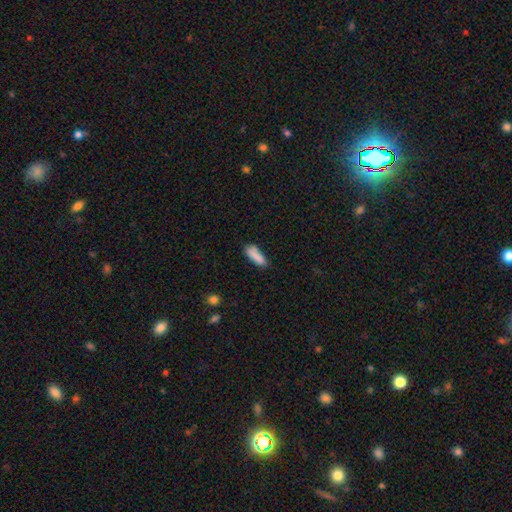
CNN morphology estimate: Smooth or featured: smooth — 85% (star or artifact — 7%)
How rounded: in between — 50% (cigar-shaped — 48%)
Merging: none — 66% (minor disturbance — 24%)